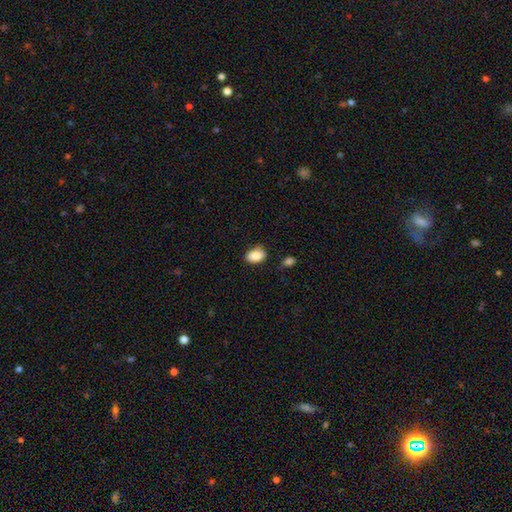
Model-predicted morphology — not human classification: The model was most divided on "merging": none: 75%, minor disturbance: 18%, major disturbance: 4%, merger: 3%. More confident: smooth or featured — smooth (87%); how rounded — in between (83%).